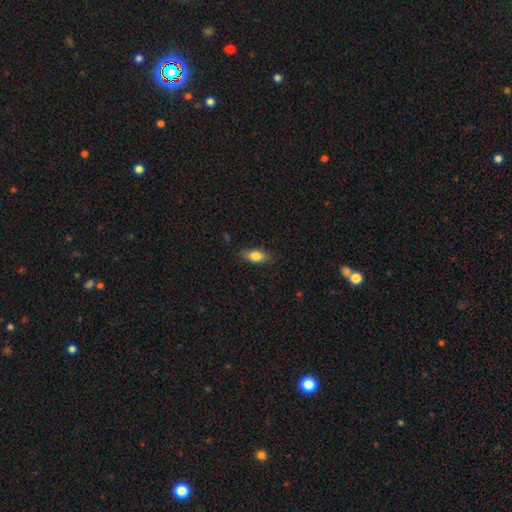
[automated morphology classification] smooth_or_featured: smooth (p=0.79) [alt: featured or disk p=0.13]
how_rounded: in between (p=0.81) [alt: cigar-shaped p=0.14]
merging: none (p=0.83) [alt: minor disturbance p=0.13]